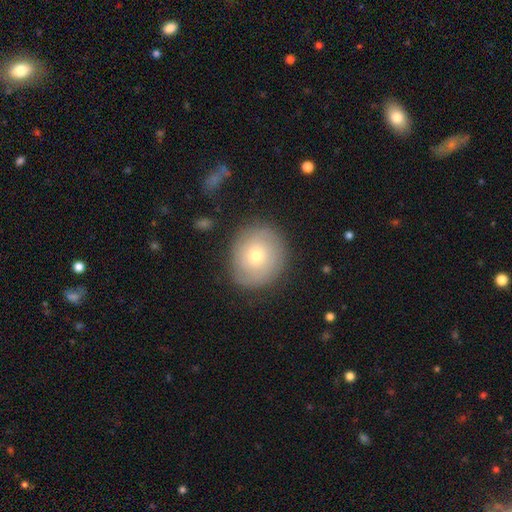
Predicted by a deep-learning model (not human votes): The model was most divided on "smooth or featured": featured or disk: 46%, smooth: 45%, star or artifact: 9%. More confident: merging — none (83%).